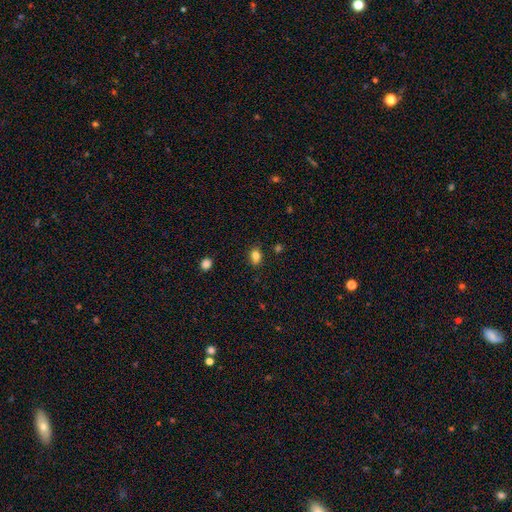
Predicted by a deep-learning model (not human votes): smooth_or_featured: smooth (p=0.82) [alt: star or artifact p=0.11]
how_rounded: in between (p=0.68) [alt: round p=0.31]
merging: none (p=0.77) [alt: minor disturbance p=0.17]